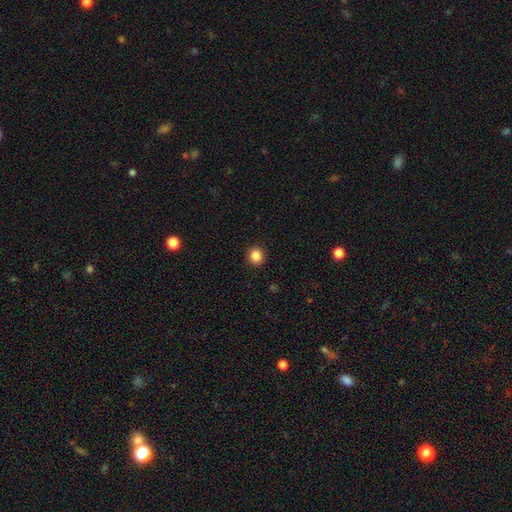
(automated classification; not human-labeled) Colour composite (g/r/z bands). It shows a smooth galaxy with no disk features (85%) that is round (89%). Merging: none (92%).